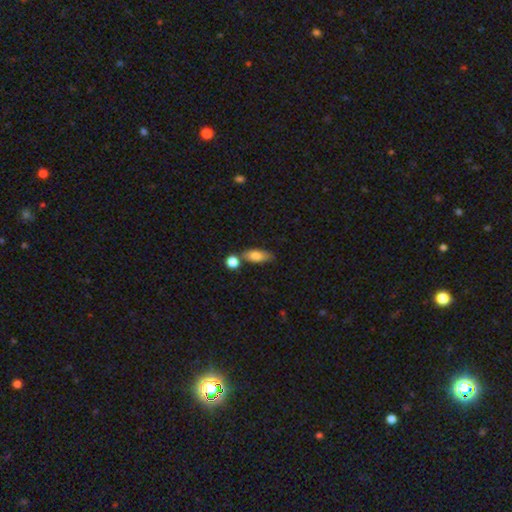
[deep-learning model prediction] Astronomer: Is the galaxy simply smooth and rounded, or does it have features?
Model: smooth — 78%.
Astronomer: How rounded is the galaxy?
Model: in between — 74%.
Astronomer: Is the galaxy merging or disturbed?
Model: none — 63%.